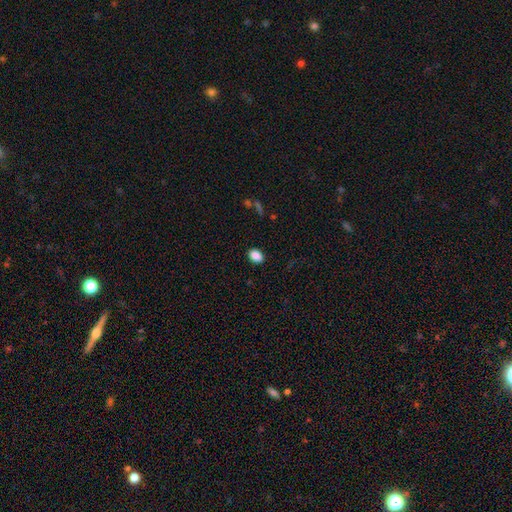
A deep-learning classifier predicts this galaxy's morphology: A smooth galaxy with no disk features (88%) that is in between round and cigar-shaped (81%).

Vote fractions:
- Smooth or featured? smooth: 88% / star or artifact: 9% / featured or disk: 4%
- How rounded? in between: 81% / round: 17% / cigar-shaped: 1%
- Merging? none: 88% / minor disturbance: 9% / major disturbance: 2% / merger: 1%